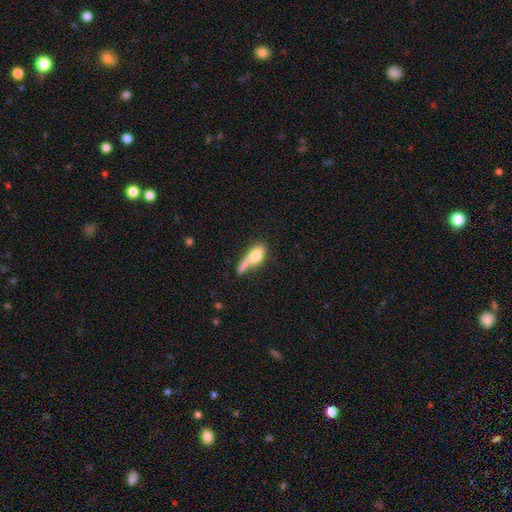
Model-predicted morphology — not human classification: type=smooth (69%); roundness=in between (64%); merging=merger (35%).